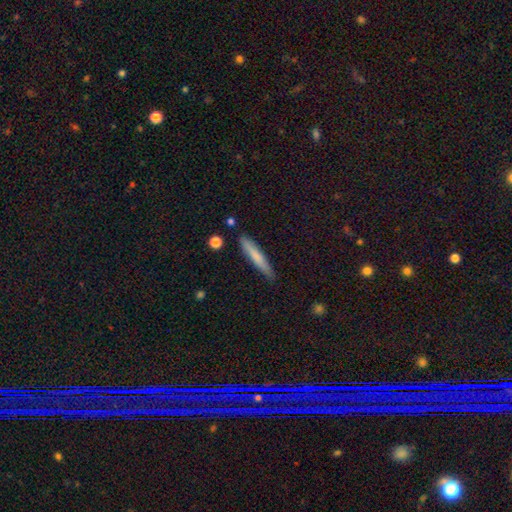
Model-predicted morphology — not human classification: smooth-or-featured: smooth: 71% | featured or disk: 24% | star or artifact: 6%
  how-rounded: cigar-shaped: 94% | in between: 5% | round: 1%
  merging: none: 82% | minor disturbance: 14% | major disturbance: 2% | merger: 2%